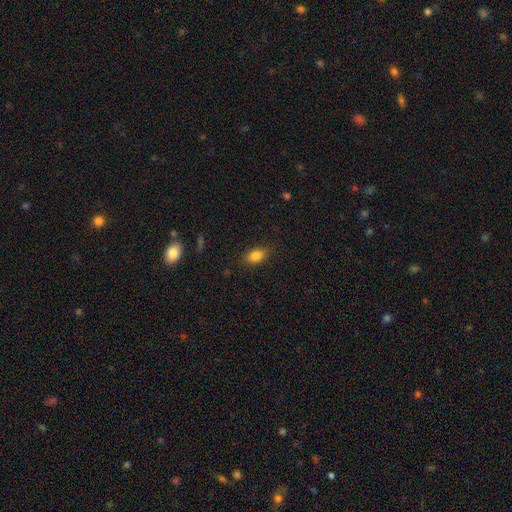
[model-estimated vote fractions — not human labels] smooth_or_featured: smooth (p=0.83) [alt: star or artifact p=0.10]
how_rounded: in between (p=0.84) [alt: round p=0.12]
merging: none (p=0.83) [alt: minor disturbance p=0.13]